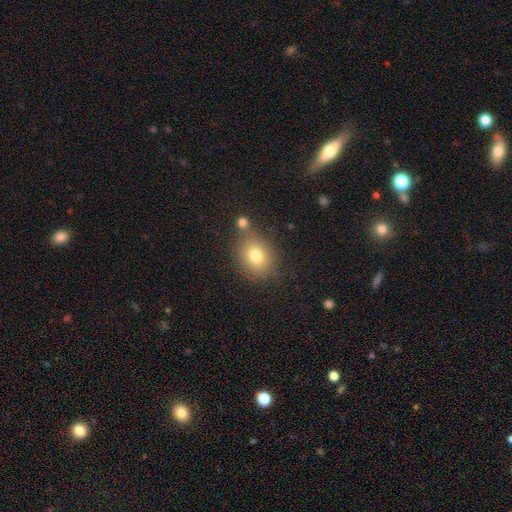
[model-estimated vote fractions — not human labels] Overall: smooth (78%). How rounded: round (52%; in between 47%). Merging: none (67%).